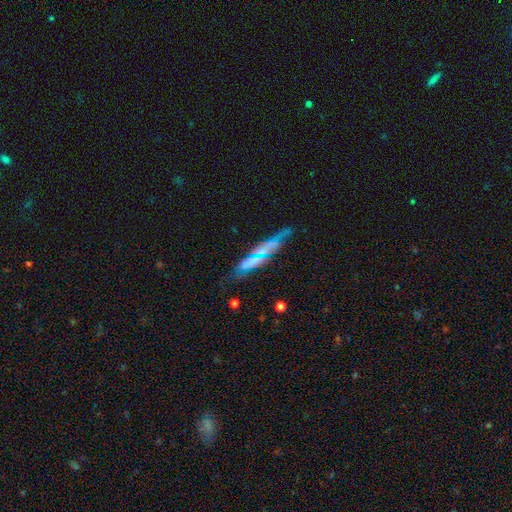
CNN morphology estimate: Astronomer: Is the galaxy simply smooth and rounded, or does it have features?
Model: featured or disk — 52% (runner-up: smooth, 35%).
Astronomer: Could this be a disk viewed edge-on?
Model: yes — 77%.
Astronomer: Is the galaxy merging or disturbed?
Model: none — 66%.